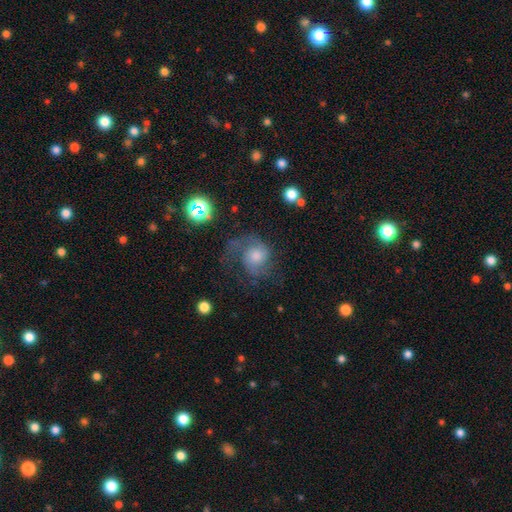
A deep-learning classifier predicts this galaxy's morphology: A featured or disk galaxy (67%) with no bar (73%), 2 (46%) medium (46%) spiral arms (92%) and a moderate central bulge (50%).

Vote fractions:
- Smooth or featured? featured or disk: 67% / smooth: 22% / star or artifact: 11%
- Edge-on disk? no: 98% / yes: 2%
- Bar? no: 73% / weak: 24% / strong: 3%
- Spiral arms? yes: 92% / no: 8%
- Spiral winding? medium: 46% / loose: 29% / tight: 25%
- Spiral arm count? 2: 46% / 1: 23% / can't tell: 16% / 3: 9% / 4: 3% / more than 4: 3%
- Bulge size? moderate: 50% / small: 25% / large: 17% / none: 6% / dominant: 3%
- Merging? none: 51% / major disturbance: 28% / minor disturbance: 19% / merger: 2%